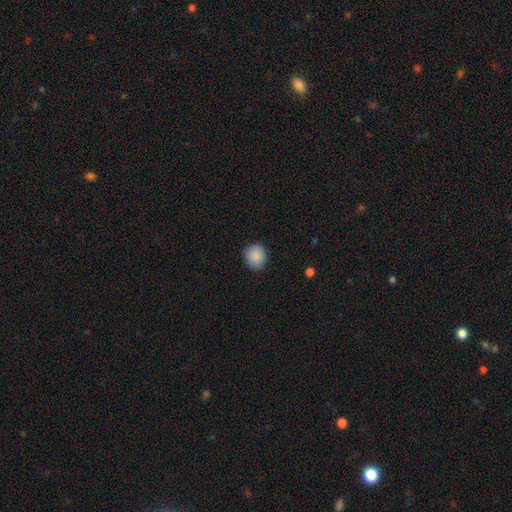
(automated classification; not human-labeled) A smooth galaxy with no disk features (89%) that is round (81%). Merging: none (88%).